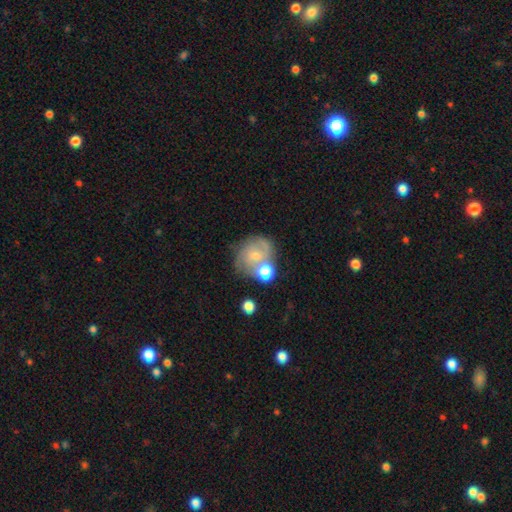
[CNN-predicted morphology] Smooth or featured? featured or disk (52%)
Edge-on disk? no (97%)
Bar? no (63%)
Spiral arms? yes (77%)
Bulge size? small (57%)
Merging? none (46%)